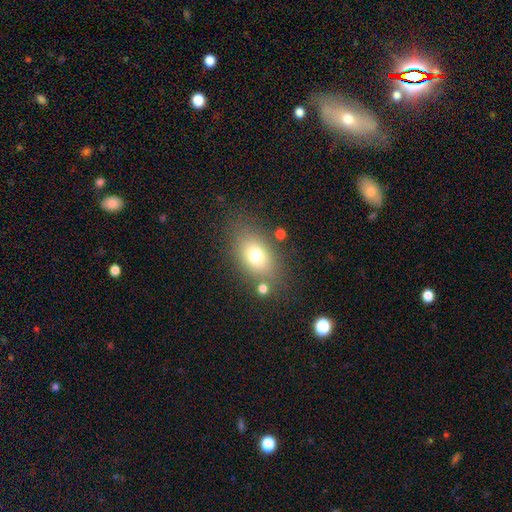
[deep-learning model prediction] This is likely a smooth galaxy (74%). How rounded: likely in between (75%). Merging: likely none (75%).